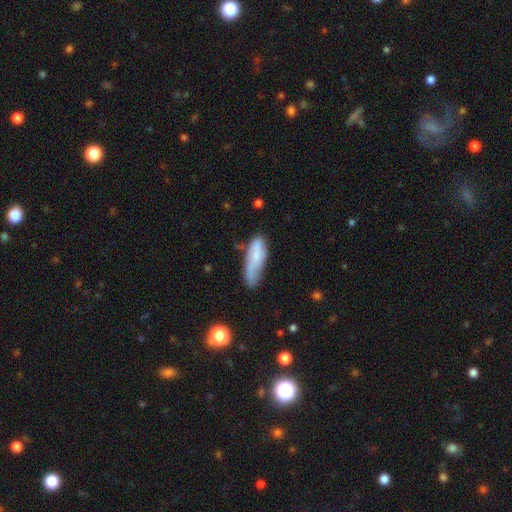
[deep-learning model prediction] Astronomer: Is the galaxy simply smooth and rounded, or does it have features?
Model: smooth — 67%.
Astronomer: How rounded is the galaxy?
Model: in between — 53% (runner-up: cigar-shaped, 45%).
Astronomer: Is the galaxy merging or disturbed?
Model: none — 41% (runner-up: minor disturbance, 37%).